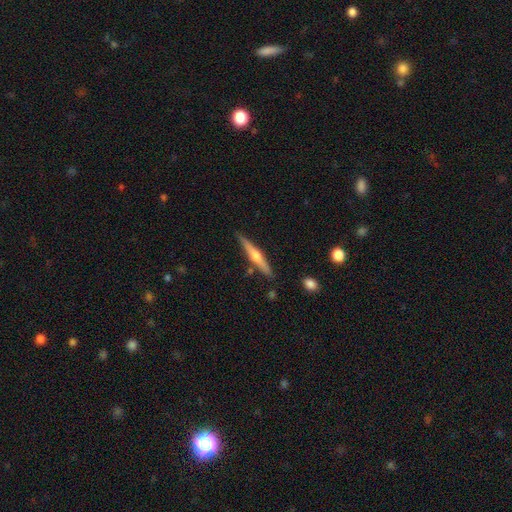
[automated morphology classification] This is likely a featured or disk galaxy (61%). It is clearly viewed edge-on (97%). Edge-on bulge: clearly rounded (86%). Merging: clearly none (85%).